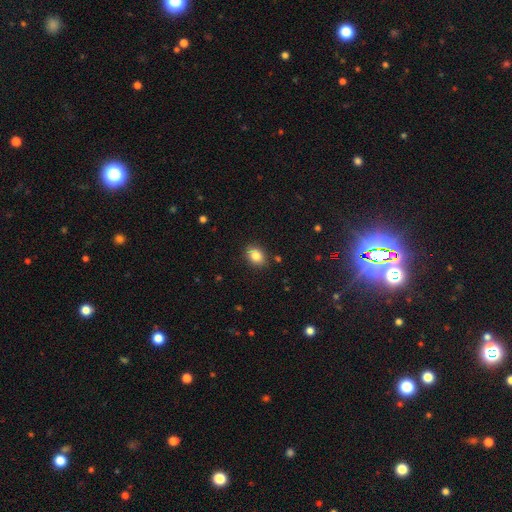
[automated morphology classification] A smooth galaxy with no disk features (84%) that is in between round and cigar-shaped (71%).

Vote fractions:
- Smooth or featured? smooth: 84% / star or artifact: 9% / featured or disk: 7%
- How rounded? in between: 71% / round: 28% / cigar-shaped: 1%
- Merging? none: 87% / minor disturbance: 9% / major disturbance: 2% / merger: 1%